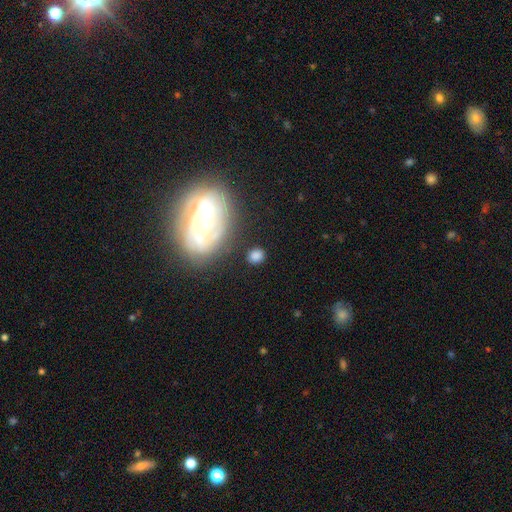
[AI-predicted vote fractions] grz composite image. It shows a smooth galaxy with no disk features (72%) that is round (66%). Merging: none (77%).